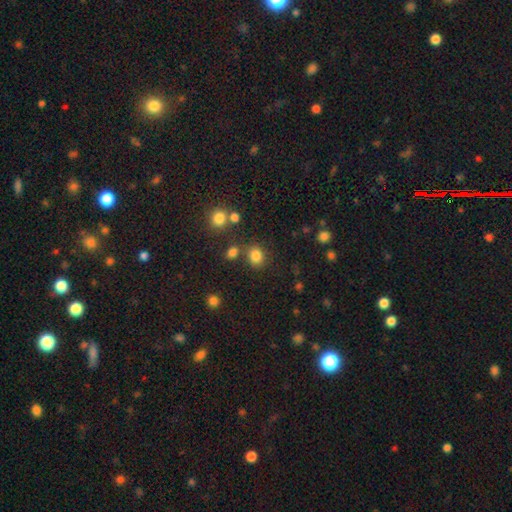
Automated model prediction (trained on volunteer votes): A smooth galaxy with no disk features (82%) that is round (67%). Merging: none (74%).